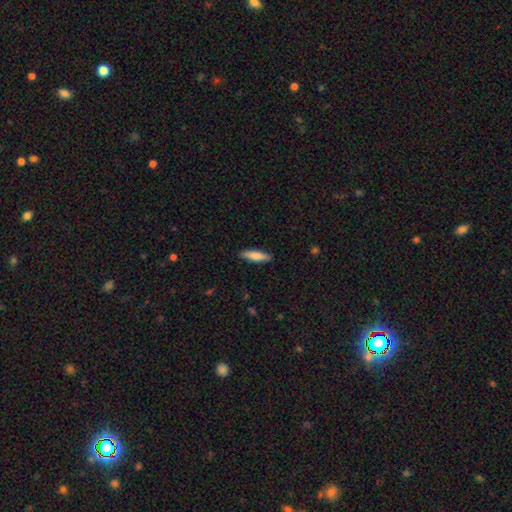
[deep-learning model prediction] smooth_or_featured: smooth (p=0.80) [alt: featured or disk p=0.14]
how_rounded: cigar-shaped (p=0.67) [alt: in between p=0.31]
merging: none (p=0.89) [alt: minor disturbance p=0.08]